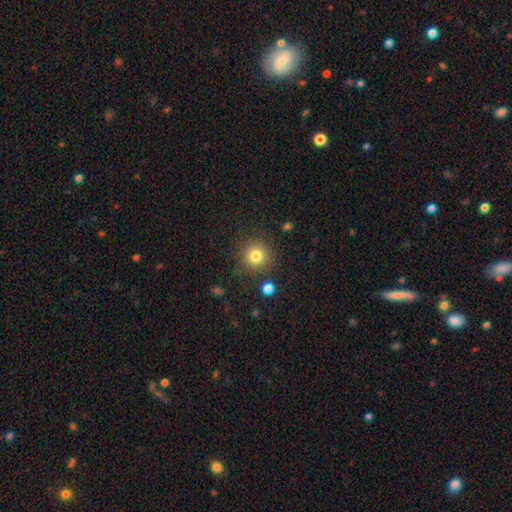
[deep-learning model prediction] Q: Smooth or featured?
A: smooth (80%); runner-up: star or artifact (13%)
Q: How rounded?
A: round (94%); runner-up: in between (5%)
Q: Merging?
A: none (86%); runner-up: minor disturbance (8%)